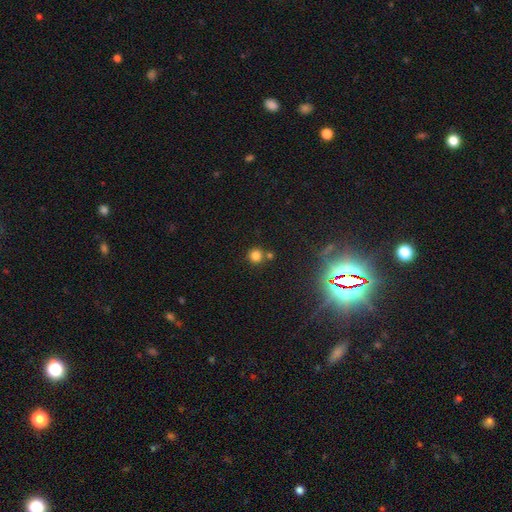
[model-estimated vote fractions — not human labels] This is likely a smooth galaxy (79%). How rounded: clearly round (93%). Merging: likely none (74%).